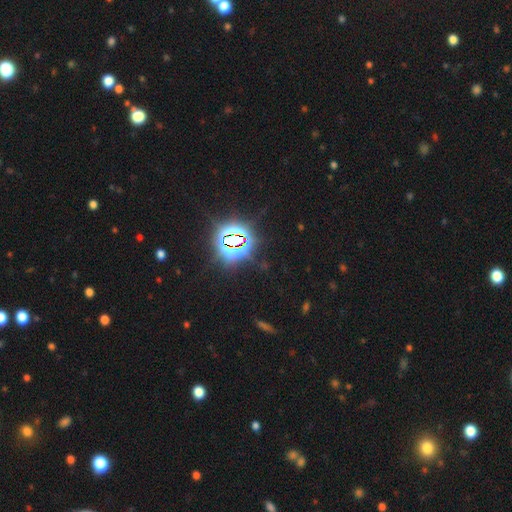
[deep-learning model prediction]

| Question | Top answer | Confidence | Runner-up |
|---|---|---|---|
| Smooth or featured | star or artifact | 80% | smooth (13%) |